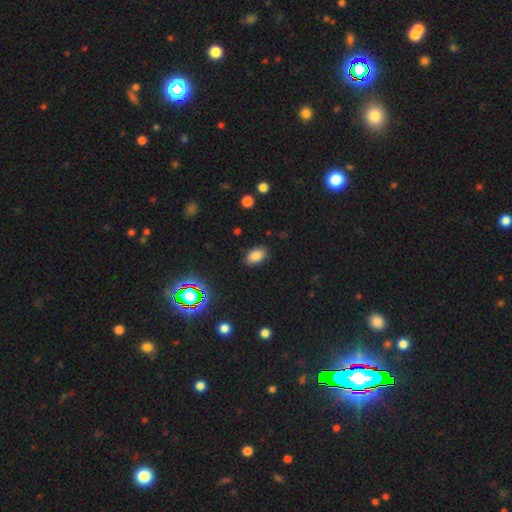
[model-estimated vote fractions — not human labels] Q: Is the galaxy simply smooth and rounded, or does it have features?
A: smooth — 82%.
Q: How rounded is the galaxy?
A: in between — 87%.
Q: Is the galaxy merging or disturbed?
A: none — 86%.